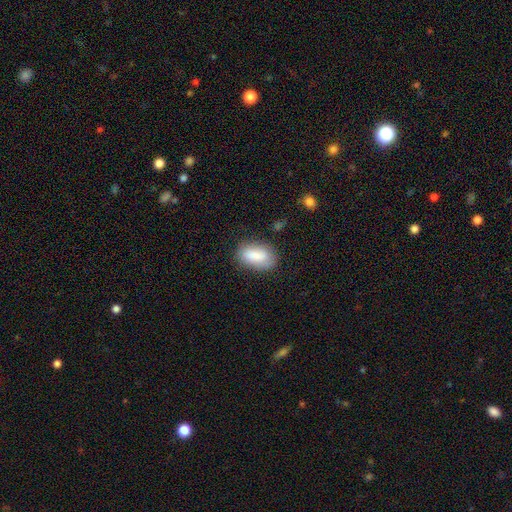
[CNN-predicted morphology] Smooth or featured: smooth — 84% (featured or disk — 9%)
How rounded: in between — 91% (round — 7%)
Merging: none — 75% (minor disturbance — 18%)